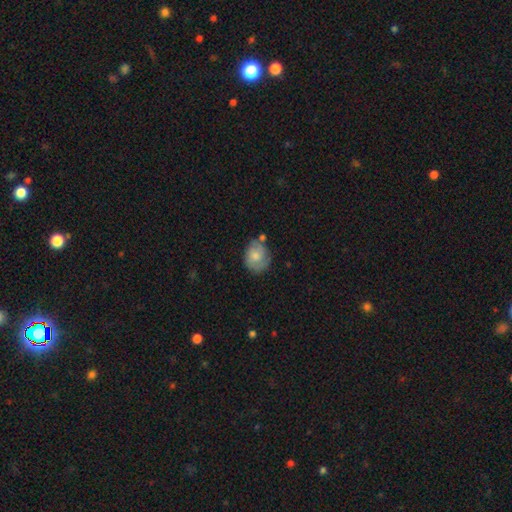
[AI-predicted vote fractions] Smooth or featured? Predicted: smooth (p=0.56). How rounded? Predicted: round (p=0.55). Merging? Predicted: none (p=0.58).